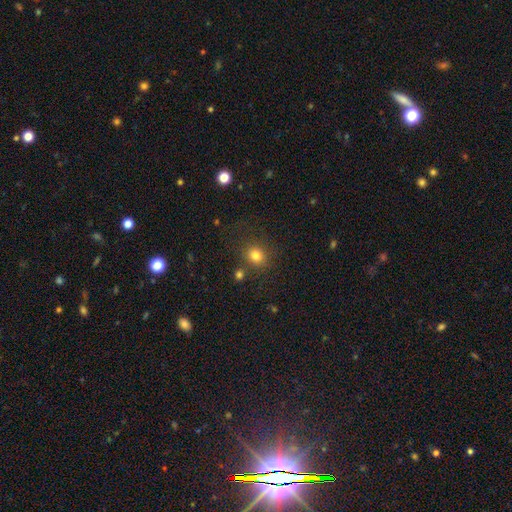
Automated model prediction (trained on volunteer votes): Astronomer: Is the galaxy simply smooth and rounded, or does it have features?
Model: smooth — 80%.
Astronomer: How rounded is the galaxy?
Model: round — 76%.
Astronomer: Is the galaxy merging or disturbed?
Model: none — 76%.